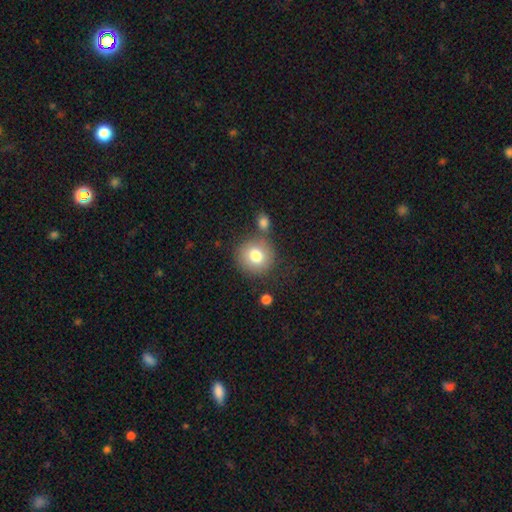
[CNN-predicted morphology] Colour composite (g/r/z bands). It shows a smooth galaxy with no disk features (78%) that is round (90%). Merging: none (71%).